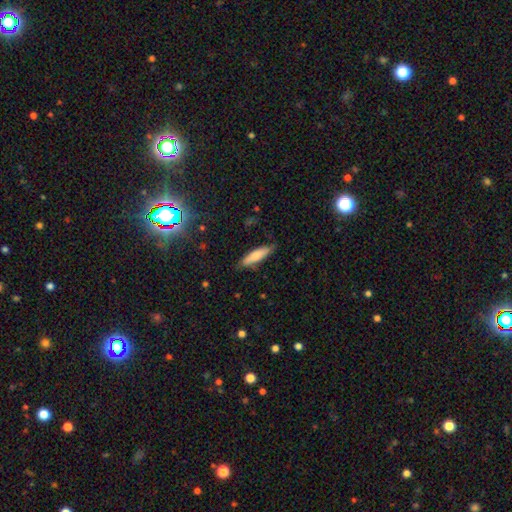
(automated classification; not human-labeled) A smooth galaxy with no disk features (75%) that is cigar-shaped (69%).

Vote fractions:
- Smooth or featured? smooth: 75% / featured or disk: 19% / star or artifact: 6%
- How rounded? cigar-shaped: 69% / in between: 29% / round: 1%
- Merging? none: 80% / minor disturbance: 16% / major disturbance: 3% / merger: 1%